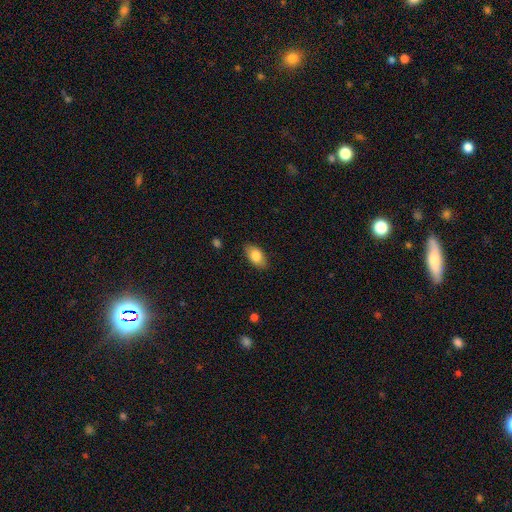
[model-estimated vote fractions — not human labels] A smooth galaxy with no disk features (82%) that is in between round and cigar-shaped (92%). Merging: none (85%).